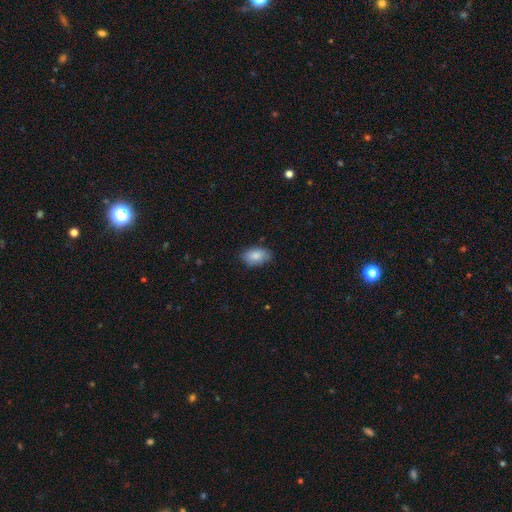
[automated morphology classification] Smooth or featured: smooth — 85% (featured or disk — 8%)
How rounded: in between — 90% (round — 8%)
Merging: none — 82% (minor disturbance — 15%)